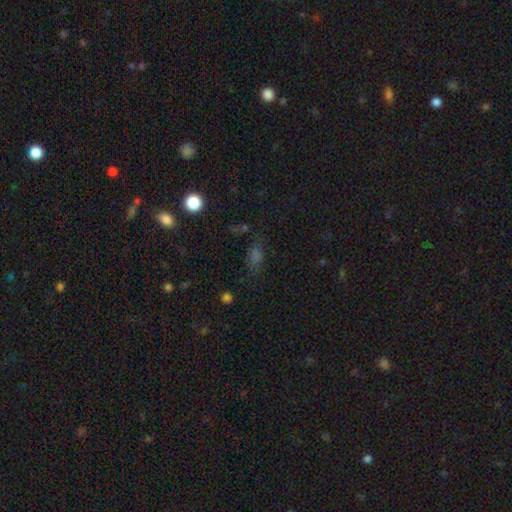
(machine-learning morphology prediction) smooth 53%, star or artifact 34%, featured or disk 13%. Down the decision tree: how rounded — in between (69%); merging — none (69%).